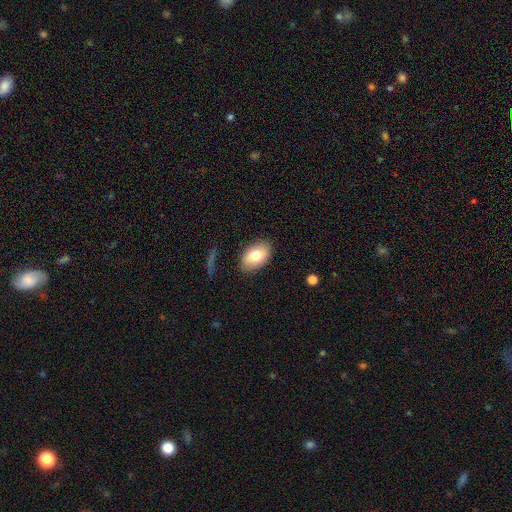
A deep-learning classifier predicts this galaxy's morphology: smooth_or_featured: smooth (p=0.75) [alt: featured or disk p=0.18]
how_rounded: in between (p=0.89) [alt: round p=0.10]
merging: none (p=0.85) [alt: minor disturbance p=0.11]